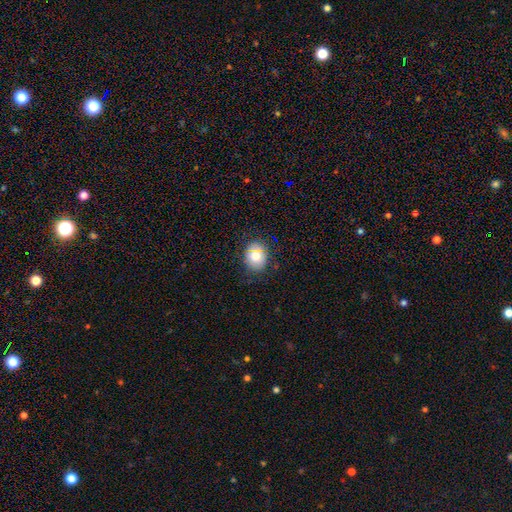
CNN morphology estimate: Q: Smooth or featured?
A: smooth (80%); runner-up: star or artifact (10%)
Q: How rounded?
A: round (55%); runner-up: in between (44%)
Q: Merging?
A: none (80%); runner-up: minor disturbance (15%)